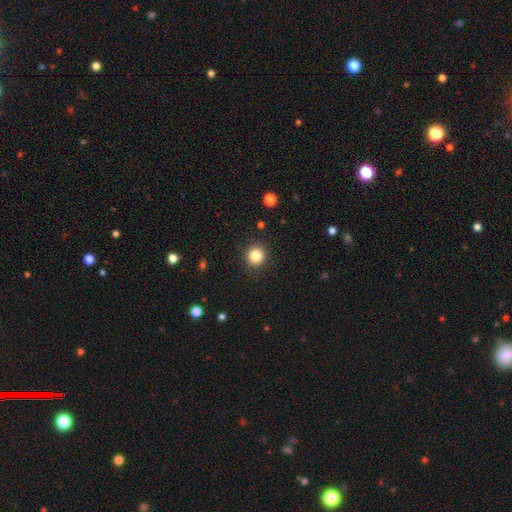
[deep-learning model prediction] This appears to be a smooth galaxy with no disk features (84%) that is round (90%). Merging: none (91%).